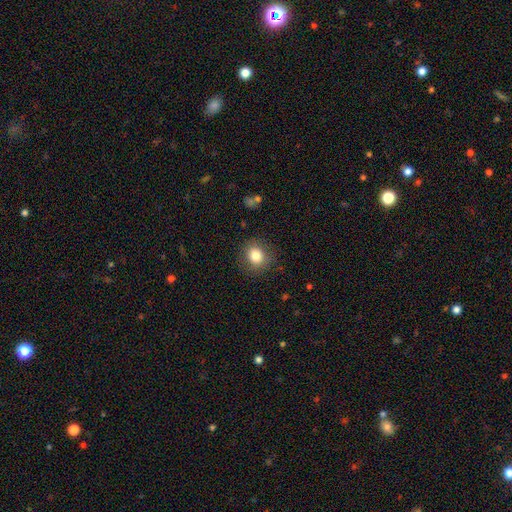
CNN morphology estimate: smooth_or_featured: smooth (p=0.82) [alt: star or artifact p=0.10]
how_rounded: round (p=0.79) [alt: in between p=0.20]
merging: none (p=0.86) [alt: minor disturbance p=0.10]